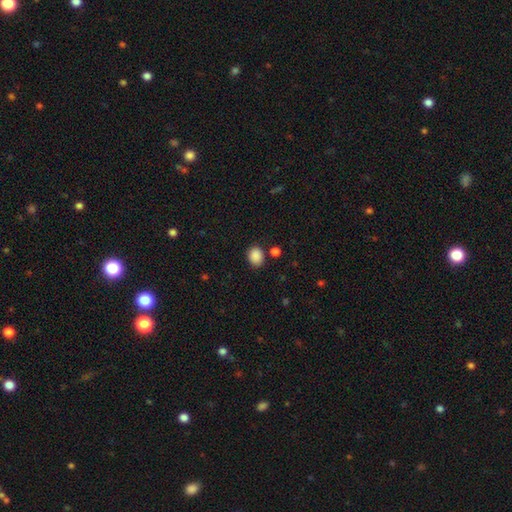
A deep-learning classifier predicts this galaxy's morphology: smooth-or-featured: smooth: 88% | star or artifact: 9% | featured or disk: 3%
  how-rounded: round: 54% | in between: 46% | cigar-shaped: 1%
  merging: none: 80% | minor disturbance: 11% | merger: 5% | major disturbance: 3%